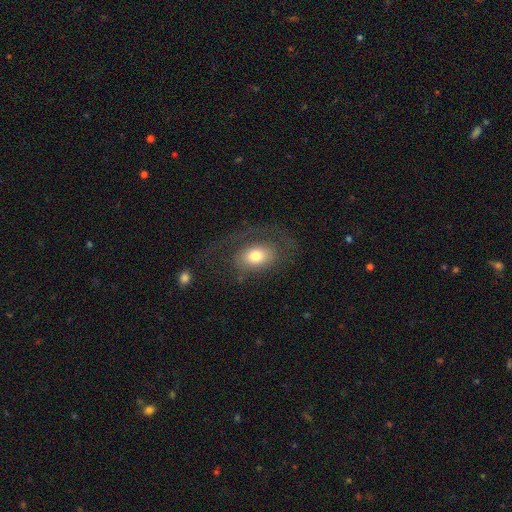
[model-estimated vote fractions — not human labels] A smooth galaxy with no disk features (60%) that is in between round and cigar-shaped (79%). Merging: none (50%).